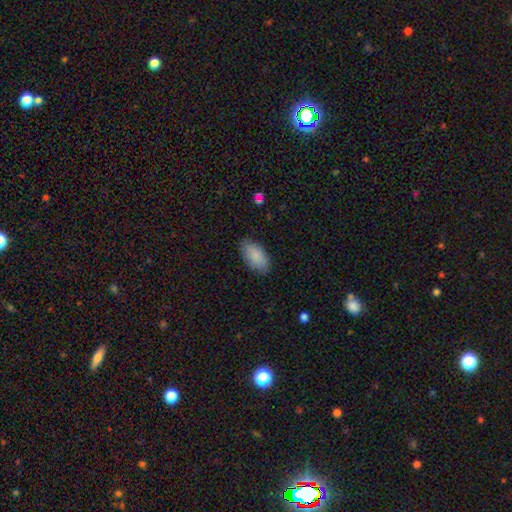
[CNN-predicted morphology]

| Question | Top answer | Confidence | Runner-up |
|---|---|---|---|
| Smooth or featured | smooth | 87% | featured or disk (7%) |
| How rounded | in between | 94% | round (3%) |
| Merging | none | 82% | minor disturbance (14%) |